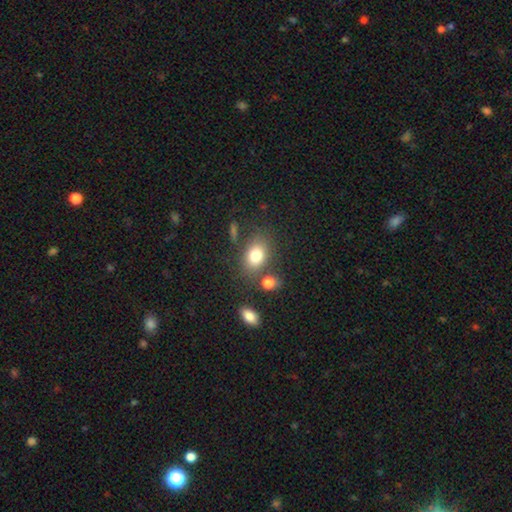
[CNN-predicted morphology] Smooth or featured? smooth (79%)
How rounded? in between (73%)
Merging? none (69%)